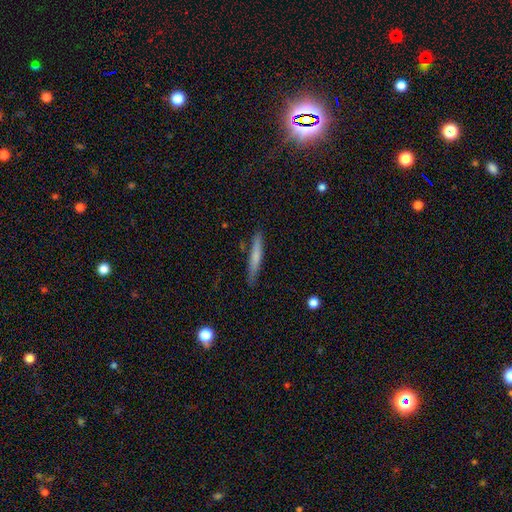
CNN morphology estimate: smooth-or-featured: smooth: 63% | featured or disk: 31% | star or artifact: 6%
  how-rounded: cigar-shaped: 94% | in between: 4% | round: 1%
  merging: none: 85% | minor disturbance: 11% | major disturbance: 2% | merger: 2%